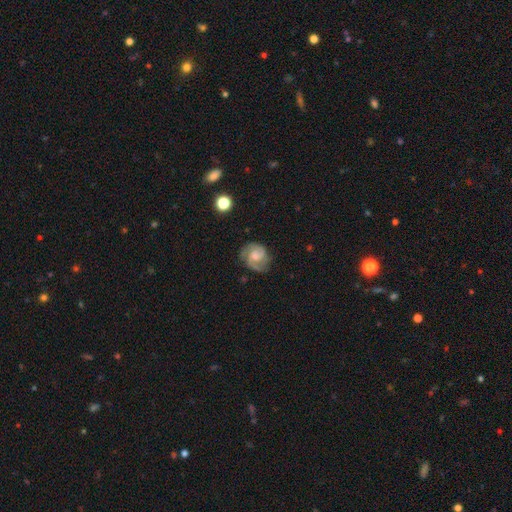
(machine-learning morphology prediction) A featured or disk galaxy (75%) with no bar (58%), 2 (61%) medium (48%) spiral arms (95%) and a moderate central bulge (44%). Merging: none (69%).